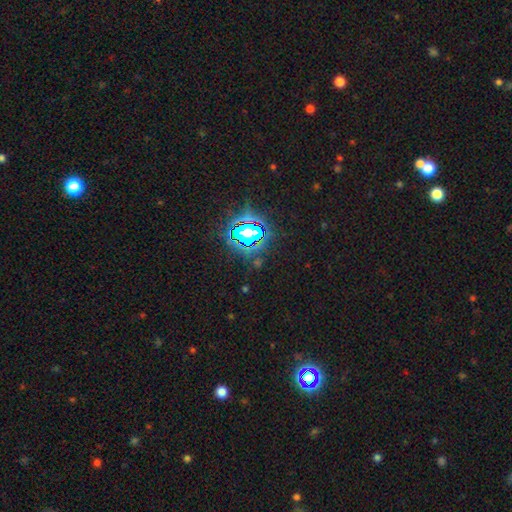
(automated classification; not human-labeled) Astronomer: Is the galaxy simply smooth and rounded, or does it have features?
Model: star or artifact — 80%.